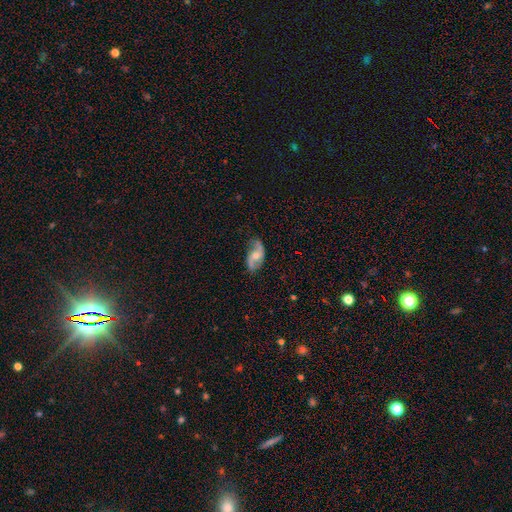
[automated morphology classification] Q: Smooth or featured?
A: featured or disk (78%); runner-up: smooth (16%)
Q: Edge-on disk?
A: no (96%); runner-up: yes (4%)
Q: Bar?
A: no (59%); runner-up: weak (33%)
Q: Spiral arms?
A: yes (93%); runner-up: no (7%)
Q: Spiral winding?
A: loose (60%); runner-up: medium (30%)
Q: Spiral arm count?
A: 2 (91%); runner-up: can't tell (4%)
Q: Bulge size?
A: moderate (55%); runner-up: small (39%)
Q: Merging?
A: none (72%); runner-up: minor disturbance (20%)